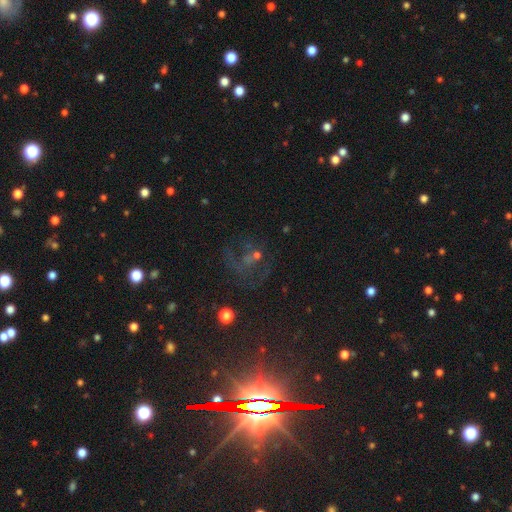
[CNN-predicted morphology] A featured or disk galaxy (46%). Merging: none (40%).